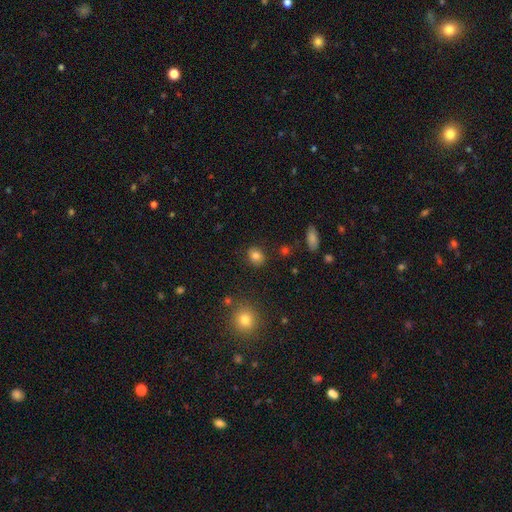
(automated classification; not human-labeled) Morphology: type=smooth (81%); roundness=round (59%); merging=none (86%).